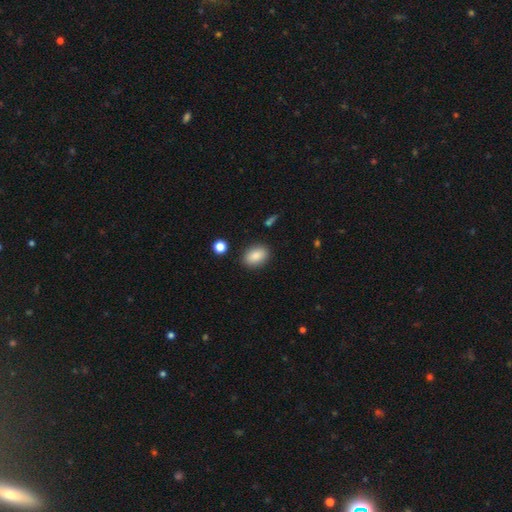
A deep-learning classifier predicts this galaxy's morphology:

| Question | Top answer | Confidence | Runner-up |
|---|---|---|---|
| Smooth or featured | smooth | 87% | star or artifact (8%) |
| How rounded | in between | 84% | round (15%) |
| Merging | none | 87% | minor disturbance (9%) |